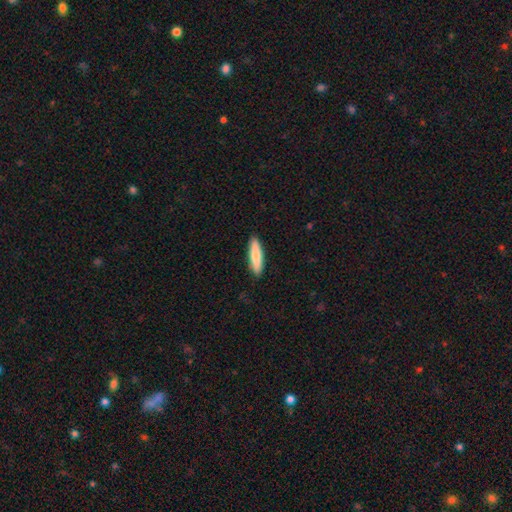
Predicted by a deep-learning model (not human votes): Smooth or featured? Predicted: smooth (p=0.81). How rounded? Predicted: cigar-shaped (p=0.77). Merging? Predicted: none (p=0.90).